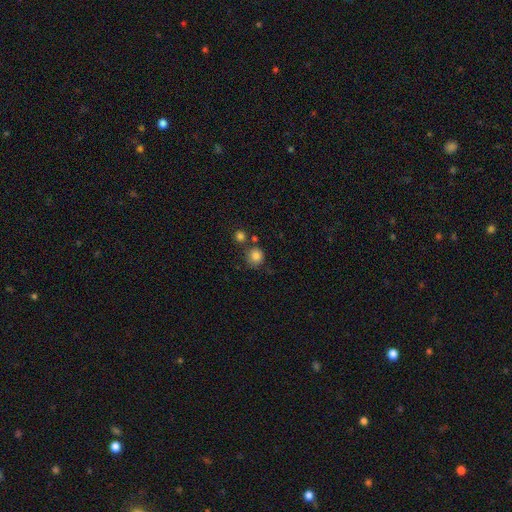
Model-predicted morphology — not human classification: The model was most divided on "merging": none: 69%, minor disturbance: 14%, merger: 13%, major disturbance: 4%. More confident: how rounded — round (89%); smooth or featured — smooth (84%).